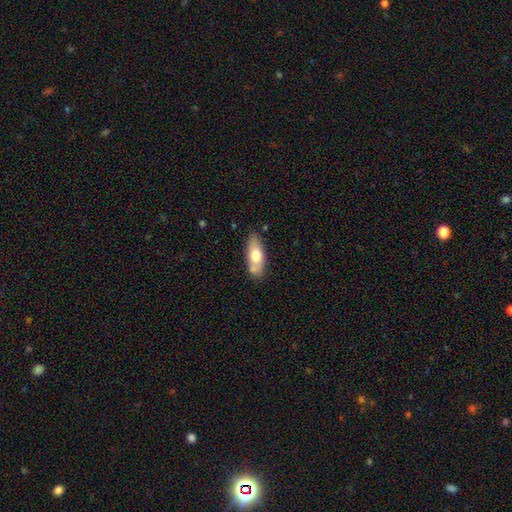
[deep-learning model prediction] A smooth galaxy with no disk features (65%) that is in between round and cigar-shaped (77%). Merging: none (74%).